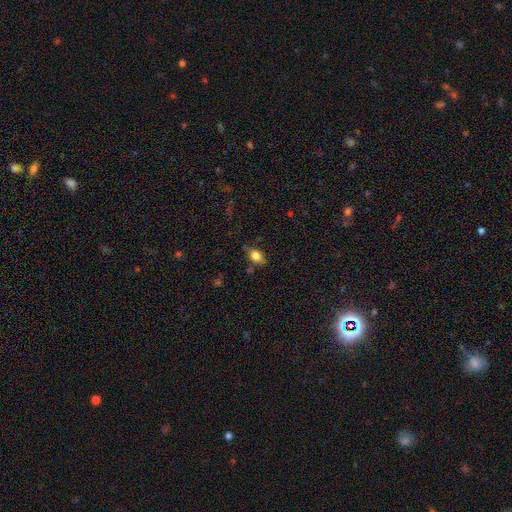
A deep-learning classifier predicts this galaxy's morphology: Smooth or featured: smooth — 78% (featured or disk — 12%)
How rounded: in between — 75% (round — 22%)
Merging: none — 73% (minor disturbance — 19%)